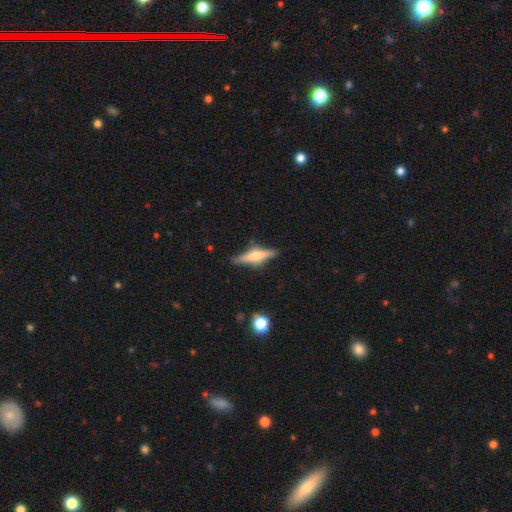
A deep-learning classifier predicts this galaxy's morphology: Smooth or featured? Predicted: featured or disk (p=0.65). Edge-on disk? Predicted: yes (p=0.96). Edge-on bulge? Predicted: rounded (p=0.84). Merging? Predicted: none (p=0.84).